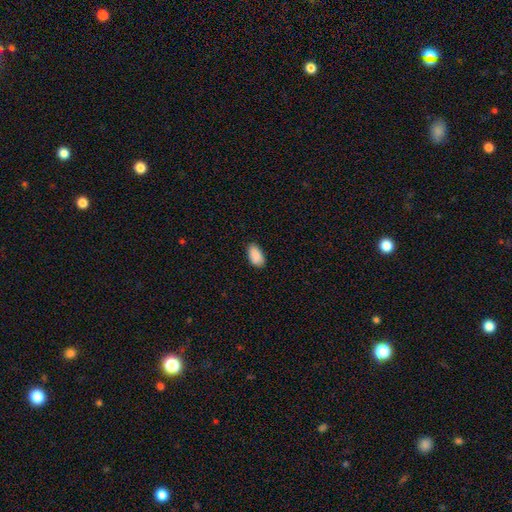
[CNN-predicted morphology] Smooth or featured: smooth — 90% (star or artifact — 6%)
How rounded: in between — 94% (round — 3%)
Merging: none — 83% (minor disturbance — 14%)